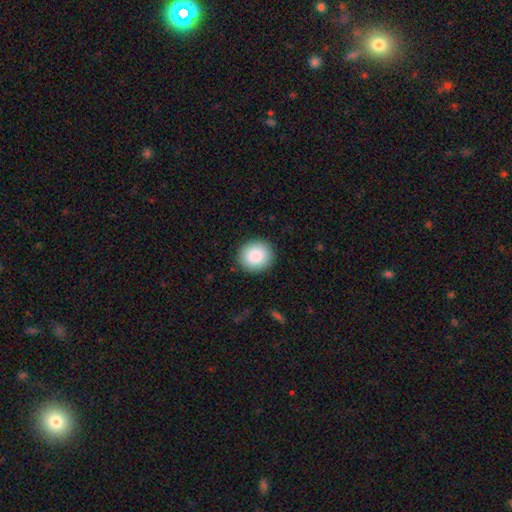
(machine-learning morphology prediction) smooth_or_featured: smooth (p=0.87) [alt: star or artifact p=0.08]
how_rounded: round (p=0.86) [alt: in between p=0.13]
merging: none (p=0.92) [alt: minor disturbance p=0.06]